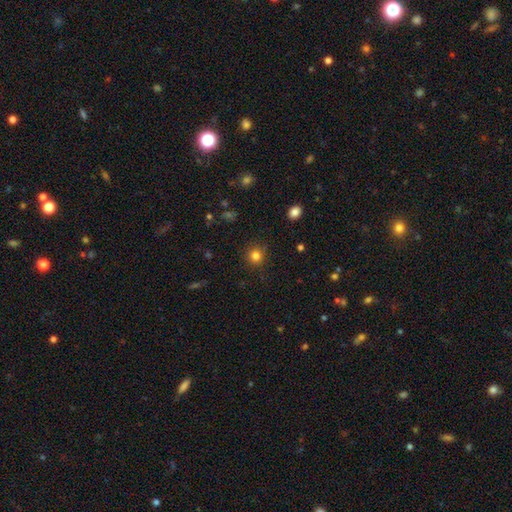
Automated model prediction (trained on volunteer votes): A smooth galaxy with no disk features (81%) that is round (92%).

Vote fractions:
- Smooth or featured? smooth: 81% / star or artifact: 14% / featured or disk: 5%
- How rounded? round: 92% / in between: 7% / cigar-shaped: 1%
- Merging? none: 87% / minor disturbance: 8% / major disturbance: 3% / merger: 1%